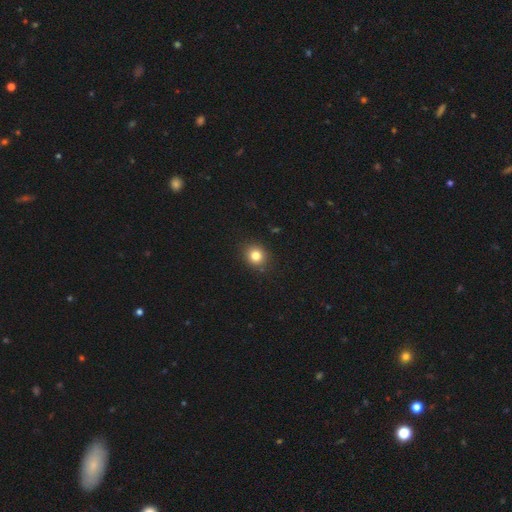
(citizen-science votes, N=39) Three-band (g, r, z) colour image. It shows a smooth galaxy with no disk features (87%) that is round (76%). Merging: none (94%).